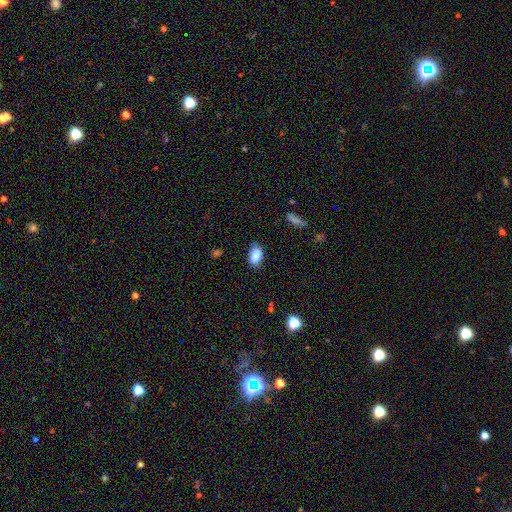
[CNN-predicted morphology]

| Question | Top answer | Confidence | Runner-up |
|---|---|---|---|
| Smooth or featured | smooth | 87% | star or artifact (7%) |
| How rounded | in between | 92% | round (6%) |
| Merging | none | 77% | minor disturbance (18%) |